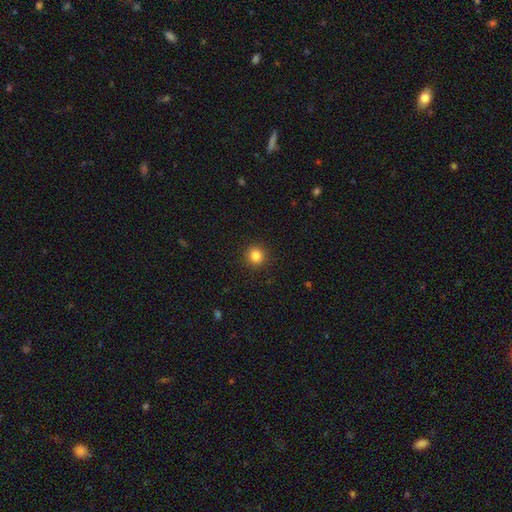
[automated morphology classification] Q: Smooth or featured?
A: smooth (85%); runner-up: star or artifact (11%)
Q: How rounded?
A: round (91%); runner-up: in between (8%)
Q: Merging?
A: none (92%); runner-up: minor disturbance (5%)